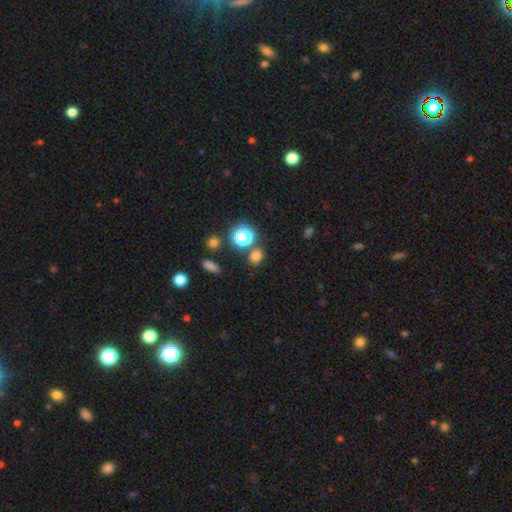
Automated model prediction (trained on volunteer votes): Q: Smooth or featured?
A: smooth (73%); runner-up: star or artifact (22%)
Q: How rounded?
A: round (62%); runner-up: in between (36%)
Q: Merging?
A: none (77%); runner-up: minor disturbance (10%)